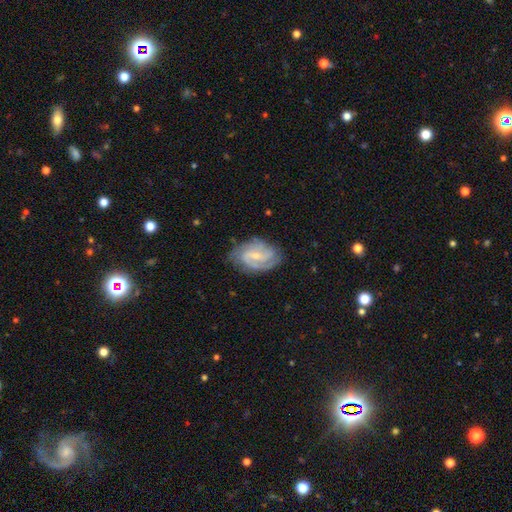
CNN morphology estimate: Q: Smooth or featured?
A: featured or disk (83%); runner-up: smooth (12%)
Q: Edge-on disk?
A: no (97%); runner-up: yes (3%)
Q: Bar?
A: weak (54%); runner-up: no (30%)
Q: Spiral arms?
A: yes (95%); runner-up: no (5%)
Q: Spiral winding?
A: medium (44%); runner-up: tight (41%)
Q: Spiral arm count?
A: 2 (50%); runner-up: 3 (21%)
Q: Bulge size?
A: small (64%); runner-up: moderate (29%)
Q: Merging?
A: none (74%); runner-up: minor disturbance (19%)